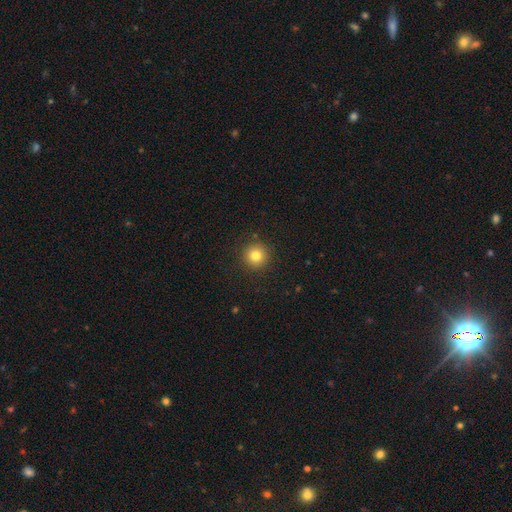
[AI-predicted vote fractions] smooth_or_featured: smooth (p=0.81) [alt: star or artifact p=0.12]
how_rounded: round (p=0.95) [alt: in between p=0.04]
merging: none (p=0.91) [alt: minor disturbance p=0.06]